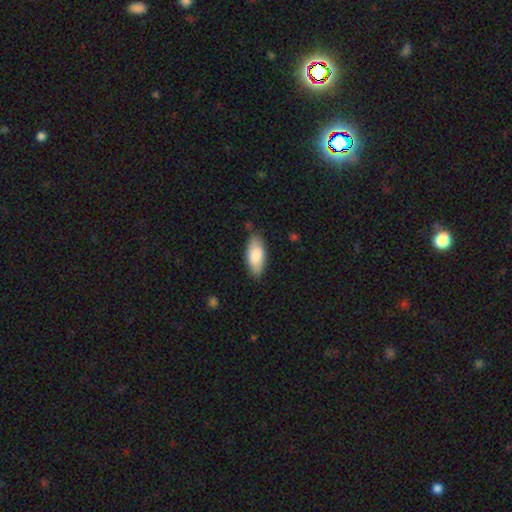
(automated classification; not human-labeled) smooth-or-featured: smooth: 83% | featured or disk: 11% | star or artifact: 5%
  how-rounded: in between: 85% | cigar-shaped: 13% | round: 2%
  merging: none: 82% | minor disturbance: 14% | major disturbance: 3% | merger: 1%